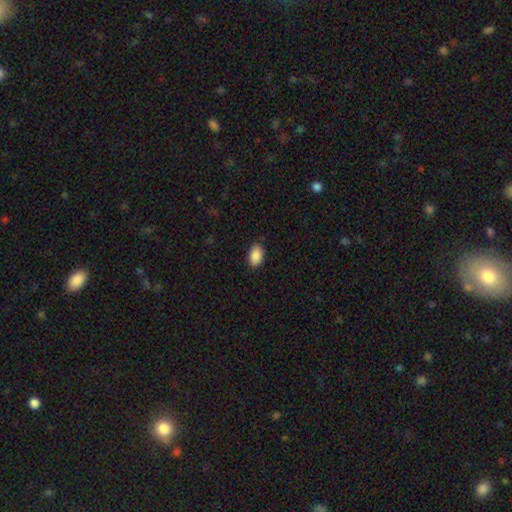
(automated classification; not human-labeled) The model was most divided on "merging": none: 87%, minor disturbance: 10%, major disturbance: 2%, merger: 1%. More confident: how rounded — in between (91%); smooth or featured — smooth (89%).